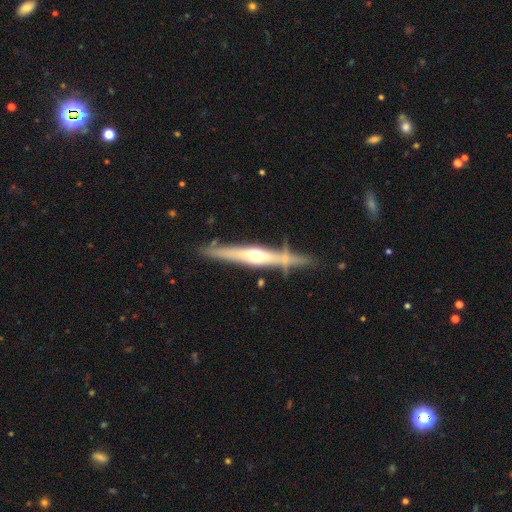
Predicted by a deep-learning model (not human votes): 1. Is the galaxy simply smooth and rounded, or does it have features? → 68% featured or disk, 27% smooth, 5% star or artifact.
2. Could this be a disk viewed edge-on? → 95% yes, 5% no.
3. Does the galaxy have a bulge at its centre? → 89% rounded, 6% none, 5% boxy.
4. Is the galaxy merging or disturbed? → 73% none, 14% minor disturbance, 10% merger, 4% major disturbance.